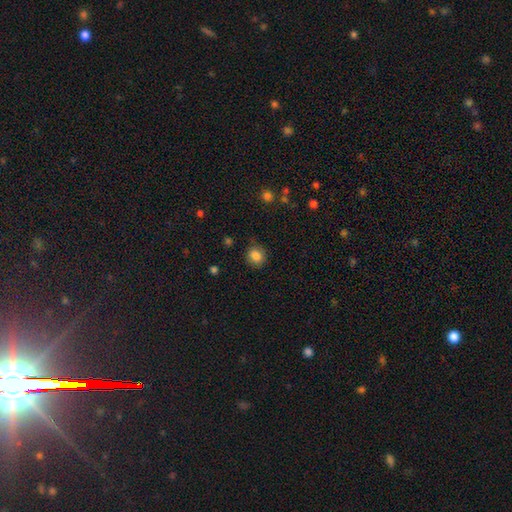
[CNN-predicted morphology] This is clearly a smooth galaxy (84%). How rounded: likely round (78%). Merging: clearly none (81%).